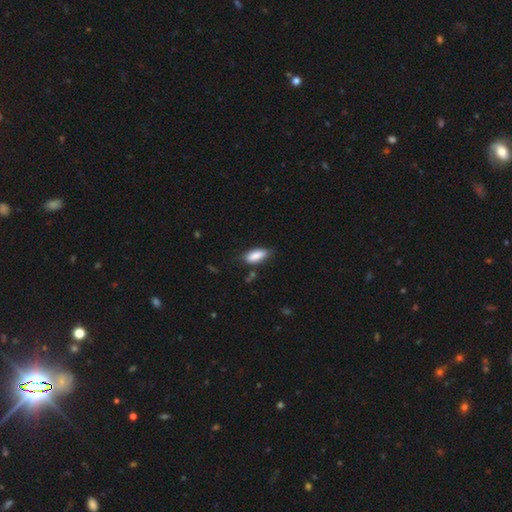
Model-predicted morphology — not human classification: This appears to be a smooth galaxy with no disk features (84%) that is in between round and cigar-shaped (77%). Merging: none (73%).